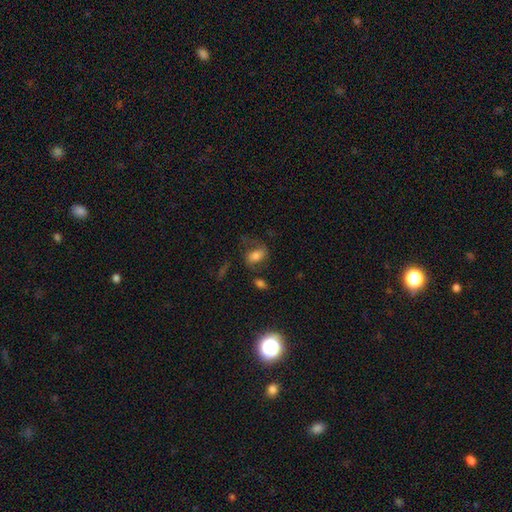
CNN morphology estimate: type=smooth (59%); roundness=in between (83%); merging=none (51%).